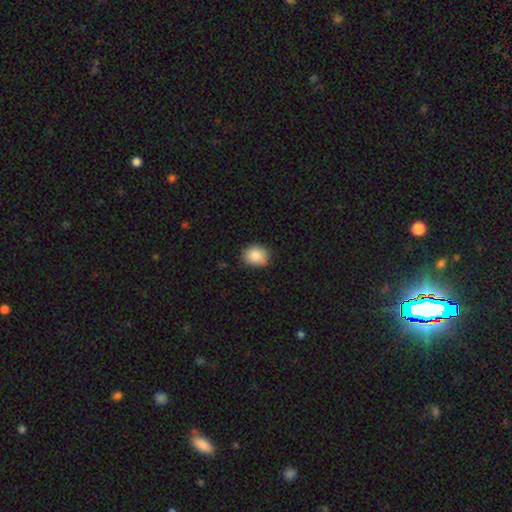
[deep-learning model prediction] A smooth galaxy with no disk features (87%) that is round (64%).

Vote fractions:
- Smooth or featured? smooth: 87% / star or artifact: 8% / featured or disk: 5%
- How rounded? round: 64% / in between: 35% / cigar-shaped: 1%
- Merging? none: 78% / minor disturbance: 18% / major disturbance: 3% / merger: 1%